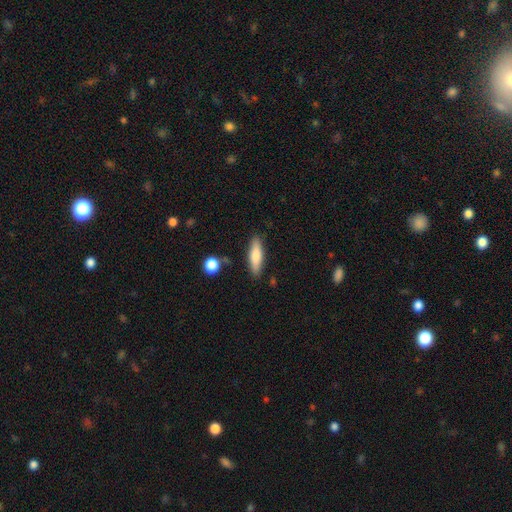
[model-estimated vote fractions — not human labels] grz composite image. It shows a smooth galaxy with no disk features (72%) that is cigar-shaped (61%). Merging: none (84%).